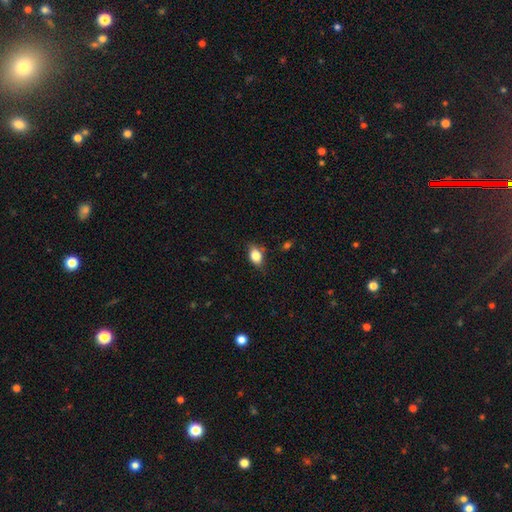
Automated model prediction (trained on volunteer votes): Smooth or featured? smooth (80%)
How rounded? in between (77%)
Merging? none (72%)